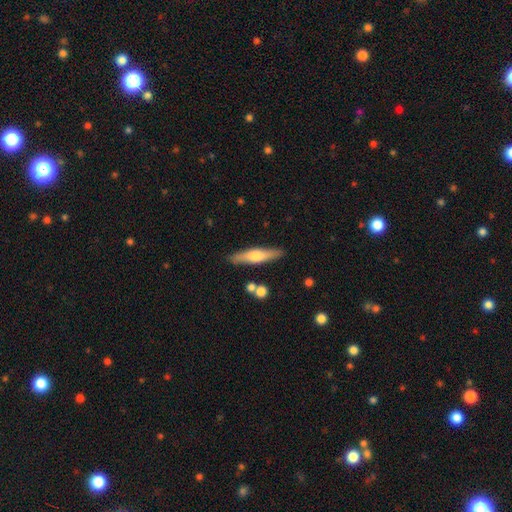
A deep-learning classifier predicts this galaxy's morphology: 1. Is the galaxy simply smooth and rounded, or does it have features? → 47% smooth (tied), 47% featured or disk (tied), 6% star or artifact.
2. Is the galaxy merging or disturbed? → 85% none, 9% minor disturbance, 3% merger, 2% major disturbance.